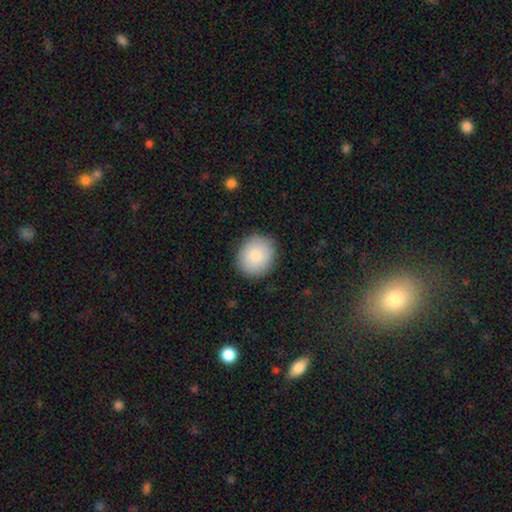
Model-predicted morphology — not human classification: A smooth galaxy with no disk features (86%) that is round (74%). Merging: none (87%).